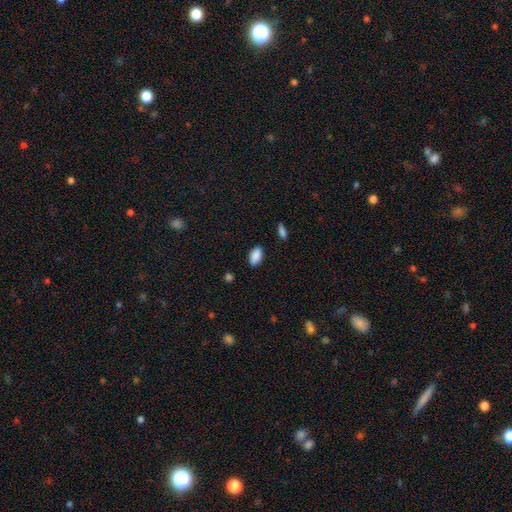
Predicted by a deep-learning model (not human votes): Smooth or featured: smooth — 89% (star or artifact — 7%)
How rounded: in between — 93% (round — 4%)
Merging: none — 87% (minor disturbance — 10%)